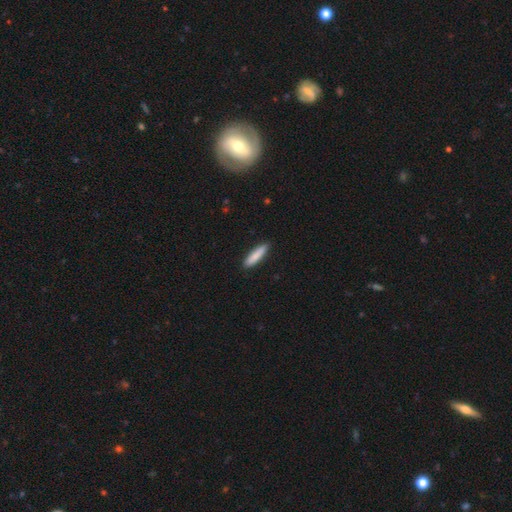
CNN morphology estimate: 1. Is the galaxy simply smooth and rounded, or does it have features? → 84% smooth, 10% featured or disk, 6% star or artifact.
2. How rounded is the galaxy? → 81% cigar-shaped, 17% in between, 1% round.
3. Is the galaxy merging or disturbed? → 89% none, 8% minor disturbance, 2% major disturbance, 1% merger.